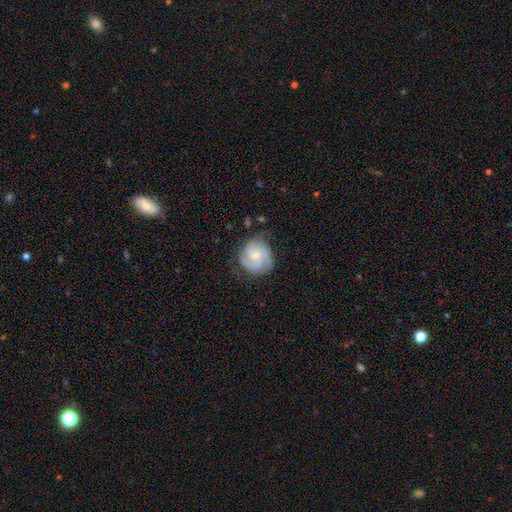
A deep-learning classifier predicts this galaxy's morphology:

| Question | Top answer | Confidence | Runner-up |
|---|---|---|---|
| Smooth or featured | featured or disk | 75% | smooth (20%) |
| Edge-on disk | no | 98% | yes (2%) |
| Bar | no | 68% | weak (28%) |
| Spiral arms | yes | 95% | no (5%) |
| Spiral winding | tight | 57% | medium (35%) |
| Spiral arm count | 3 | 37% | 2 (35%) |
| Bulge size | small | 52% | moderate (43%) |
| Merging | none | 72% | minor disturbance (20%) |